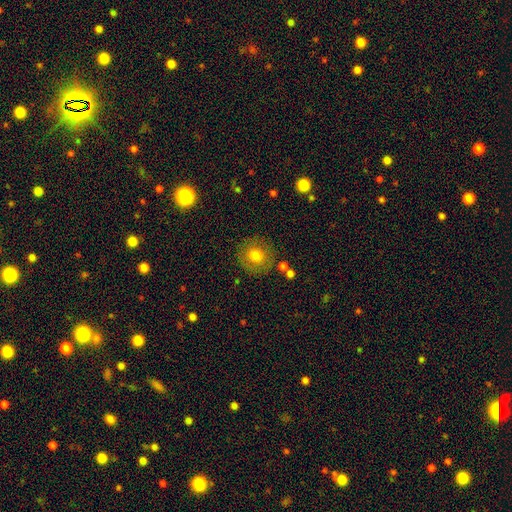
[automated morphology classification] The model was most divided on "smooth or featured": smooth: 74%, featured or disk: 16%, star or artifact: 10%. More confident: how rounded — round (91%); merging — none (84%).